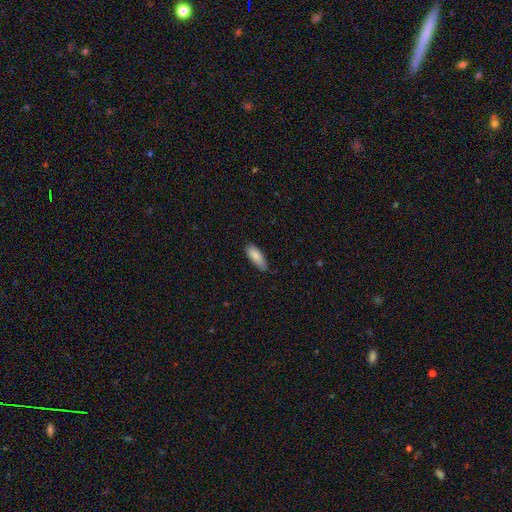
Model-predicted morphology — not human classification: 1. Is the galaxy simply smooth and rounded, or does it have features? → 87% smooth, 7% featured or disk, 6% star or artifact.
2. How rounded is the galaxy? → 70% in between, 28% cigar-shaped, 2% round.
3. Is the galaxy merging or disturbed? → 75% none, 21% minor disturbance, 3% major disturbance, 1% merger.